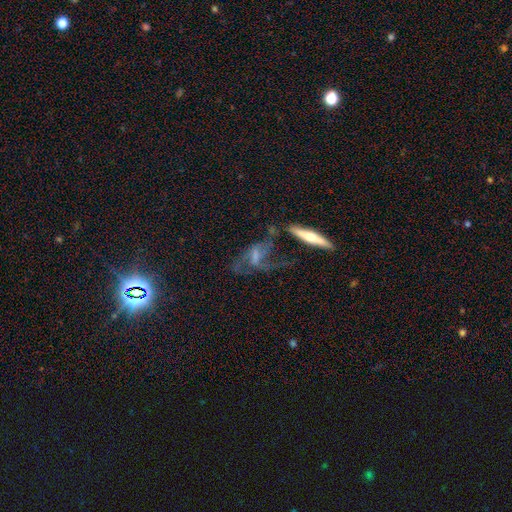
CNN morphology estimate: featured or disk 66%, smooth 22%, star or artifact 11%. Down the decision tree: edge-on disk — no (81%); bar — no (45%); spiral arms — yes (68%); bulge size — none (38%); merging — none (35%).